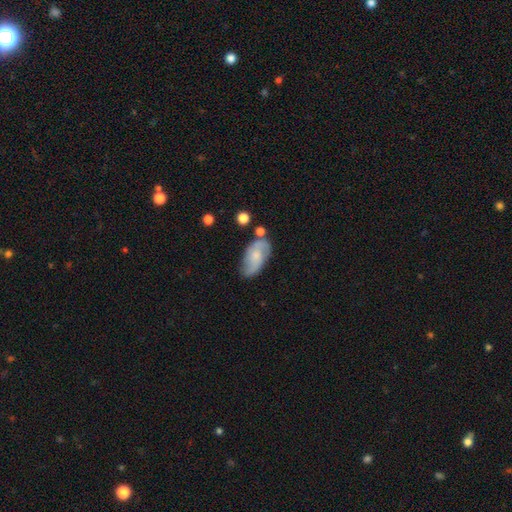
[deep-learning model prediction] smooth-or-featured: featured or disk: 53% | smooth: 39% | star or artifact: 7%
  disk-edge-on: no: 94% | yes: 6%
    bar: no: 63% | weak: 32% | strong: 5%
    has-spiral-arms: yes: 86% | no: 14%
    bulge-size: small: 44% | moderate: 33% | none: 17% | large: 5% | dominant: 2%
  merging: none: 61% | minor disturbance: 24% | merger: 8% | major disturbance: 7%